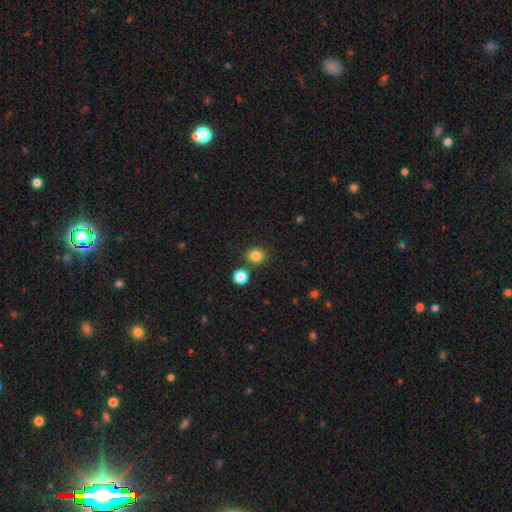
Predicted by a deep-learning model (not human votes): This appears to be a smooth galaxy with no disk features (83%) that is round (78%). Merging: none (80%).